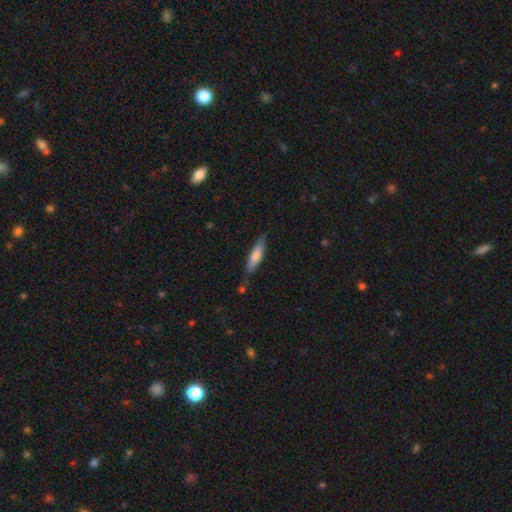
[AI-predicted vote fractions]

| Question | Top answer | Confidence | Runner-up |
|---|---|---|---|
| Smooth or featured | smooth | 64% | featured or disk (31%) |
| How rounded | cigar-shaped | 74% | in between (24%) |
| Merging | none | 78% | minor disturbance (16%) |